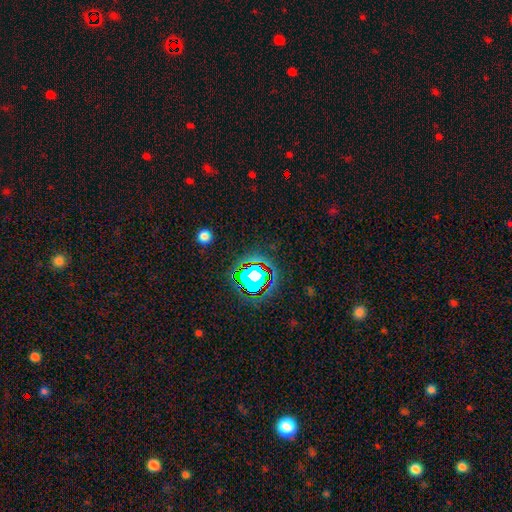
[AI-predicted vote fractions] This appears to be a star or artifact, not a galaxy (80%).